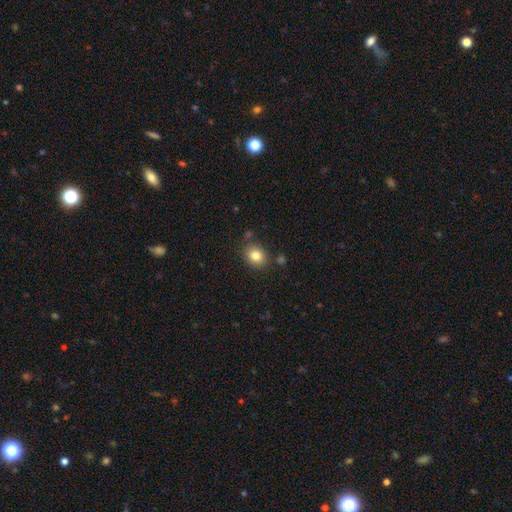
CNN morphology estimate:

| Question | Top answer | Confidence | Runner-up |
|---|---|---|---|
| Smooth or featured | smooth | 83% | star or artifact (10%) |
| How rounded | round | 62% | in between (37%) |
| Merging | none | 82% | minor disturbance (11%) |